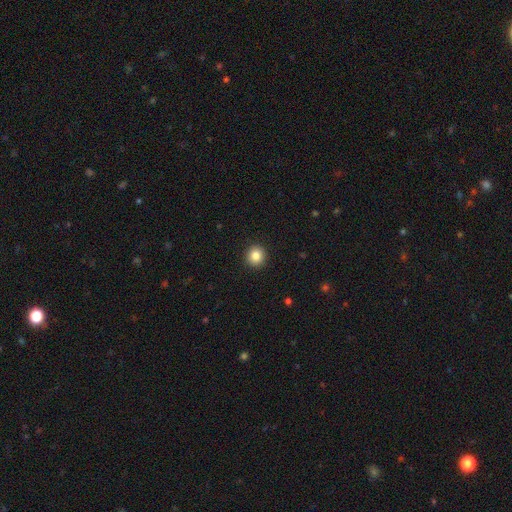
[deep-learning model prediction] smooth_or_featured: smooth (p=0.85) [alt: star or artifact p=0.10]
how_rounded: round (p=0.93) [alt: in between p=0.06]
merging: none (p=0.93) [alt: minor disturbance p=0.05]